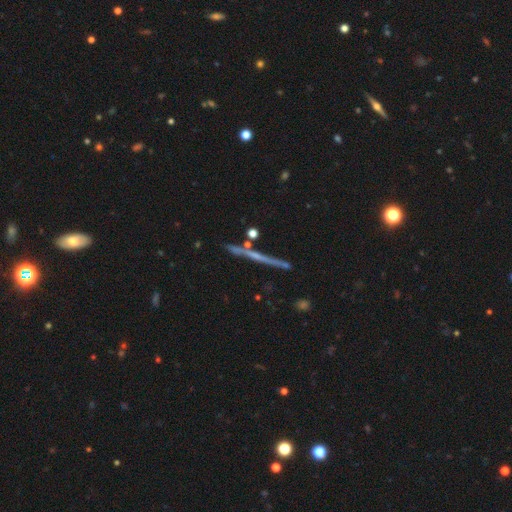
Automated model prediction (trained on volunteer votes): Overall: featured or disk (67%). Edge-on disk: yes (97%). Edge-on bulge: none (69%). Merging: none (87%).